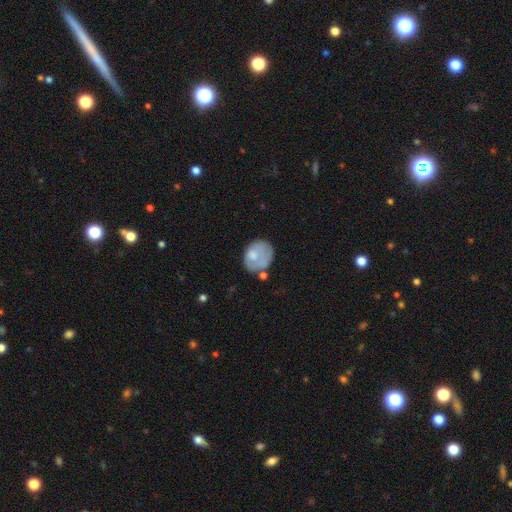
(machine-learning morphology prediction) This is likely a smooth galaxy (66%). How rounded: possibly in between (51%). Merging: possibly none (47%).